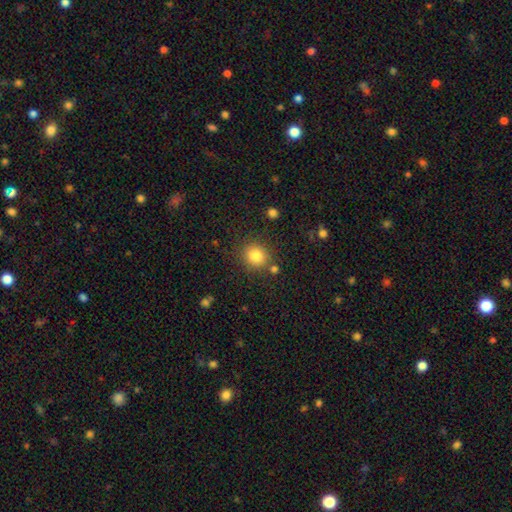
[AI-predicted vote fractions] A smooth galaxy with no disk features (83%) that is round (82%). Merging: none (80%).